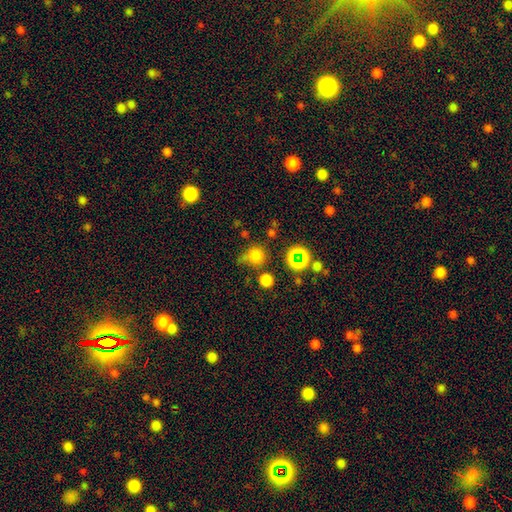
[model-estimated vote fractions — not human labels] Smooth or featured? Predicted: smooth (p=0.71). How rounded? Predicted: round (p=0.87). Merging? Predicted: none (p=0.60).